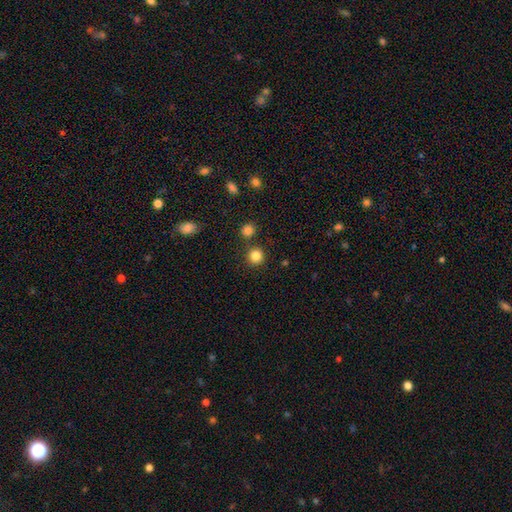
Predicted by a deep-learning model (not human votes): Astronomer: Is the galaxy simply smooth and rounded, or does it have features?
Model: smooth — 84%.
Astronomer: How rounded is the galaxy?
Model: round — 93%.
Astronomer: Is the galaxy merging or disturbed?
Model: none — 83%.